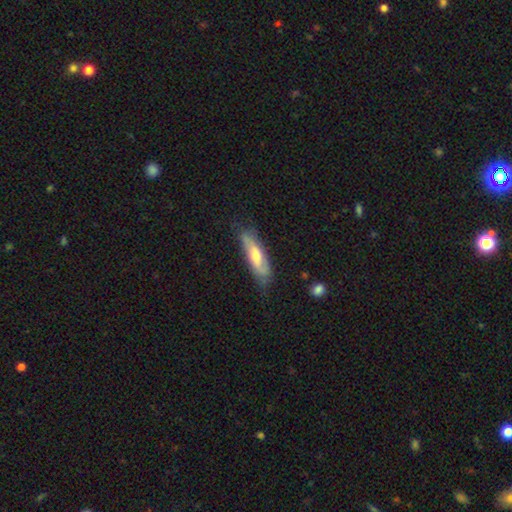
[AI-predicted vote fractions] Smooth or featured?
  - featured or disk: 49% *
  - smooth: 45%
  - star or artifact: 6%
Merging?
  - none: 70% *
  - minor disturbance: 23%
  - major disturbance: 5%
  - merger: 2%